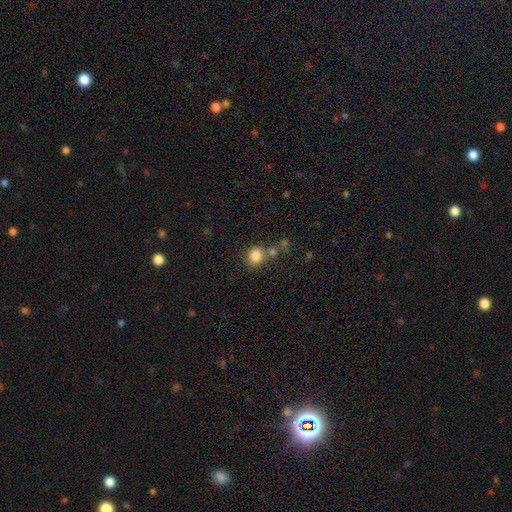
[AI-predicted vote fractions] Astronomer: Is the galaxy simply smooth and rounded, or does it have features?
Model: smooth — 84%.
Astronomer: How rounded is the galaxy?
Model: round — 77%.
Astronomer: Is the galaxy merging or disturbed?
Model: none — 57%.